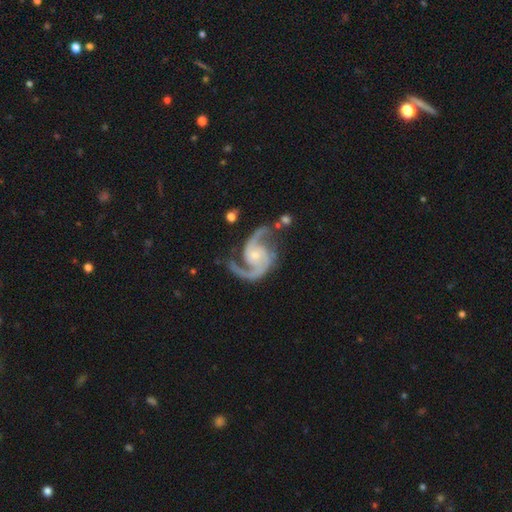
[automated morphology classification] Smooth or featured? Predicted: featured or disk (p=0.94). Edge-on disk? Predicted: no (p=0.98). Bar? Predicted: no (p=0.66). Spiral arms? Predicted: yes (p=0.98). Spiral winding? Predicted: medium (p=0.58). Spiral arm count? Predicted: 2 (p=0.91). Bulge size? Predicted: small (p=0.67). Merging? Predicted: none (p=0.68).